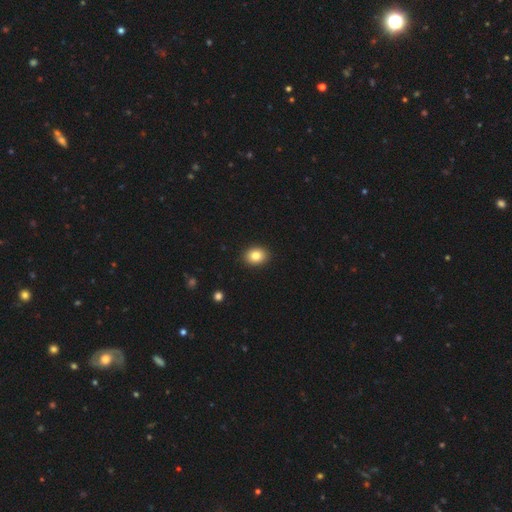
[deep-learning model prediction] smooth-or-featured: smooth: 83% | star or artifact: 9% | featured or disk: 8%
  how-rounded: in between: 51% | round: 48% | cigar-shaped: 1%
  merging: none: 91% | minor disturbance: 6% | major disturbance: 2% | merger: 1%